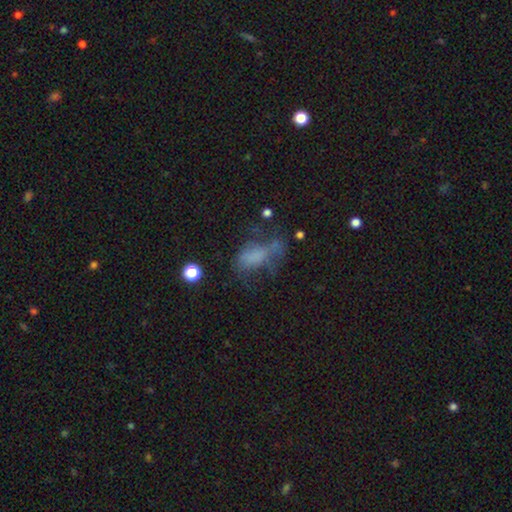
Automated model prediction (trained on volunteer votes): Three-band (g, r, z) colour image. It shows a smooth galaxy with no disk features (54%) that is in between round and cigar-shaped (82%). Merging: major disturbance (39%).